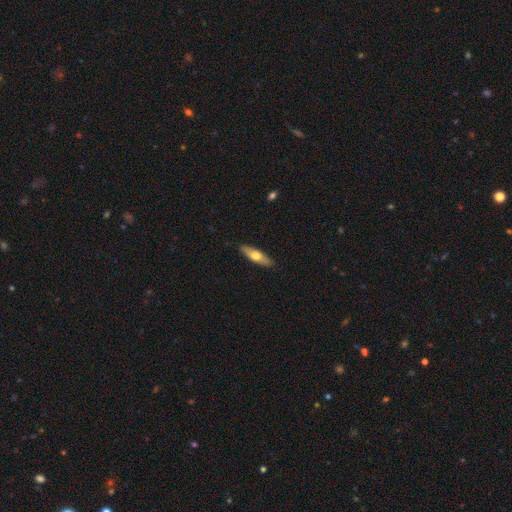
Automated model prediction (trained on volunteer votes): Smooth or featured? Predicted: smooth (p=0.57). How rounded? Predicted: cigar-shaped (p=0.60). Merging? Predicted: none (p=0.89).